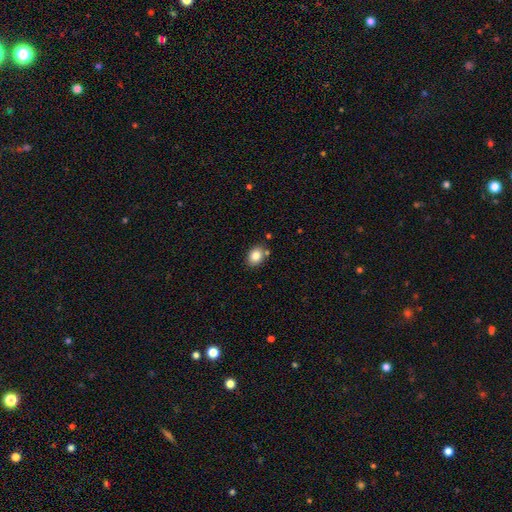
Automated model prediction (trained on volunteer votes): smooth 84%, star or artifact 9%, featured or disk 7%. Down the decision tree: how rounded — in between (67%); merging — none (77%).